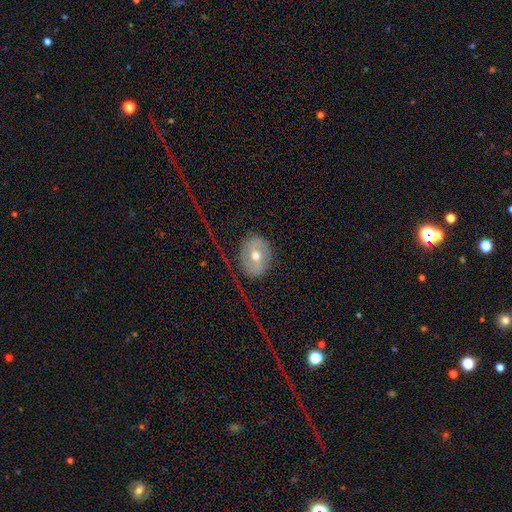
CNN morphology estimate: Q: Smooth or featured?
A: featured or disk (53%); runner-up: smooth (39%)
Q: Edge-on disk?
A: no (94%); runner-up: yes (6%)
Q: Merging?
A: none (58%); runner-up: major disturbance (26%)